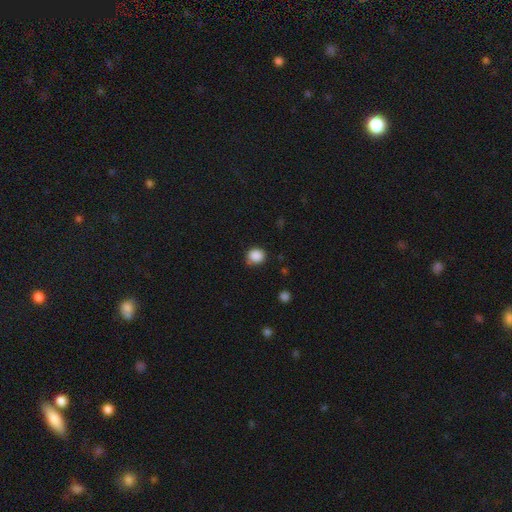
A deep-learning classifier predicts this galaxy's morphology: Smooth or featured?
  - smooth: 87% *
  - star or artifact: 10%
  - featured or disk: 3%
How rounded?
  - round: 78% *
  - in between: 21%
  - cigar-shaped: 1%
Merging?
  - none: 77% *
  - minor disturbance: 17%
  - major disturbance: 4%
  - merger: 3%